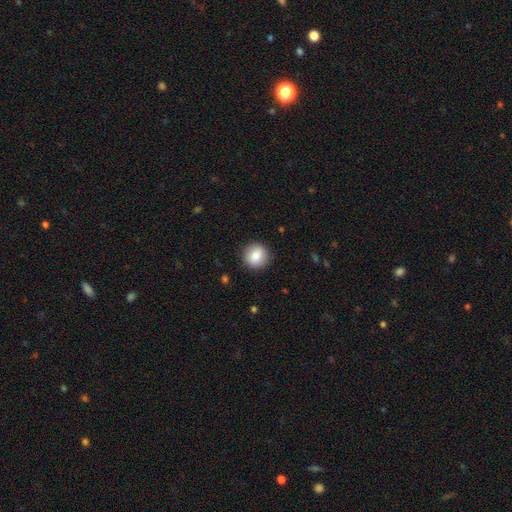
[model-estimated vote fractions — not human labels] Smooth or featured: smooth — 84% (star or artifact — 8%)
How rounded: round — 93% (in between — 6%)
Merging: none — 91% (minor disturbance — 6%)